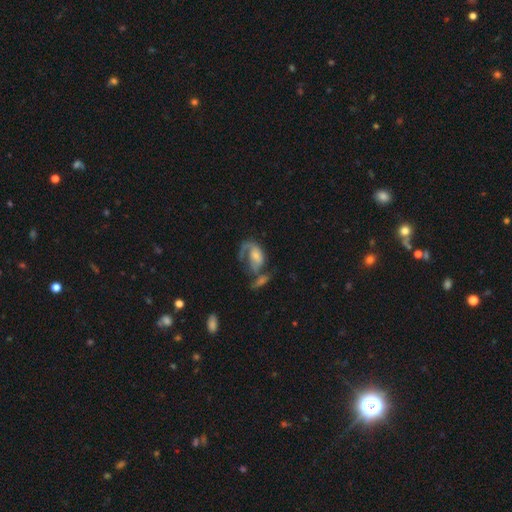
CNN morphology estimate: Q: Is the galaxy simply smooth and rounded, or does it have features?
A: featured or disk — 67%.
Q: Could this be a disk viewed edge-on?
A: no — 96%.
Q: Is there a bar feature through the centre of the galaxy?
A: no — 65%.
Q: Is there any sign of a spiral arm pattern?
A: yes — 78%.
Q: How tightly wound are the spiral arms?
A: medium — 39%.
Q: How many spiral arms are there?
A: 1 — 60%.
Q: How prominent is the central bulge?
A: moderate — 42%.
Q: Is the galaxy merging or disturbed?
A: major disturbance — 32%.